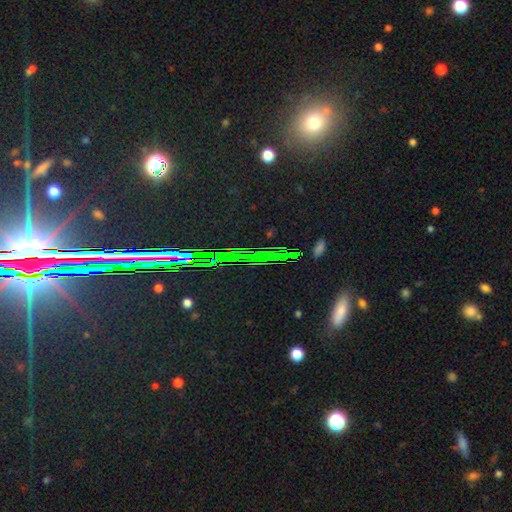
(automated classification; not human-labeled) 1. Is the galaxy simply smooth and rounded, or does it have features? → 68% star or artifact, 19% featured or disk, 13% smooth.